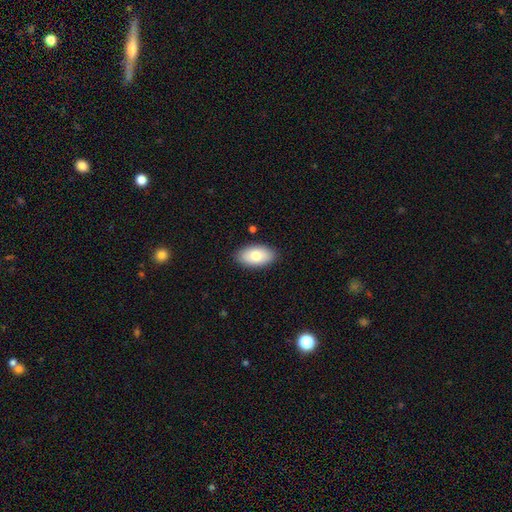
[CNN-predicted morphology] A smooth galaxy with no disk features (79%) that is in between round and cigar-shaped (94%).

Vote fractions:
- Smooth or featured? smooth: 79% / featured or disk: 15% / star or artifact: 6%
- How rounded? in between: 94% / round: 4% / cigar-shaped: 2%
- Merging? none: 88% / minor disturbance: 9% / major disturbance: 2% / merger: 1%